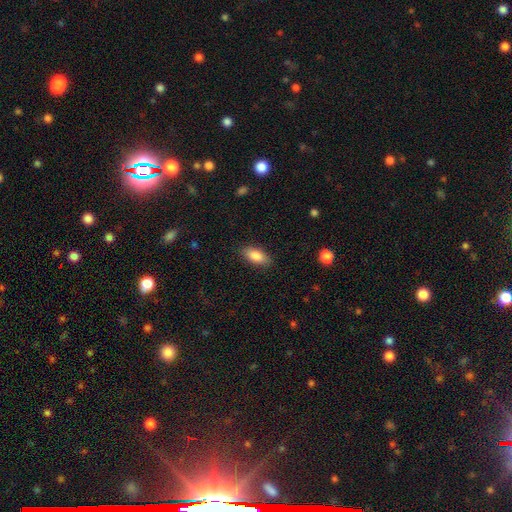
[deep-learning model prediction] Smooth or featured? Predicted: smooth (p=0.86). How rounded? Predicted: in between (p=0.87). Merging? Predicted: none (p=0.86).